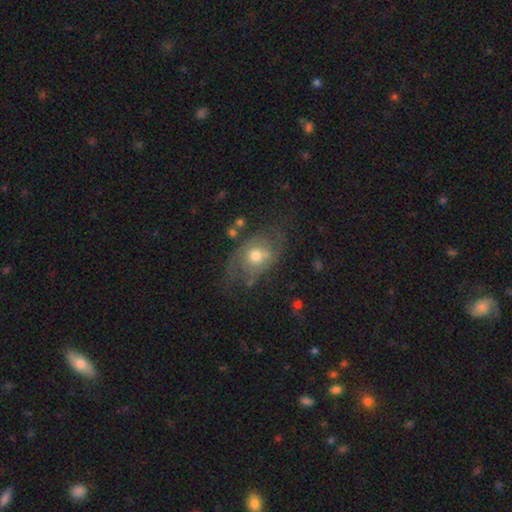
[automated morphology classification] Smooth or featured: featured or disk — 55% (smooth — 36%)
Edge-on disk: no — 93% (yes — 7%)
Bar: no — 79% (weak — 17%)
Spiral arms: yes — 58% (no — 42%)
Bulge size: moderate — 72% (small — 15%)
Merging: none — 49% (minor disturbance — 26%)